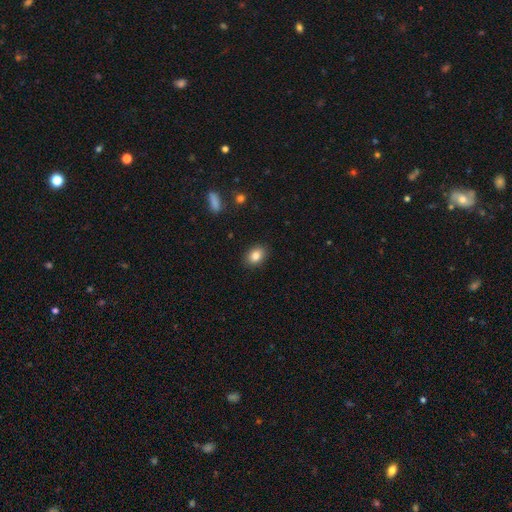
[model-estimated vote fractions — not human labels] This appears to be a smooth galaxy with no disk features (84%) that is in between round and cigar-shaped (68%). Merging: none (88%).